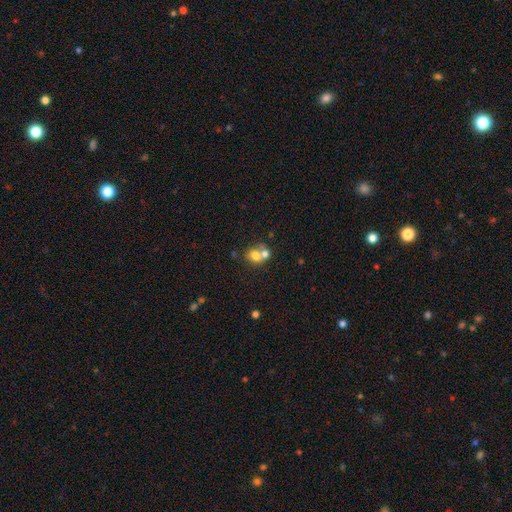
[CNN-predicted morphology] A smooth galaxy with no disk features (69%) that is round (63%).

Vote fractions:
- Smooth or featured? smooth: 69% / featured or disk: 19% / star or artifact: 12%
- How rounded? round: 63% / in between: 36% / cigar-shaped: 1%
- Merging? merger: 55% / none: 33% / minor disturbance: 8% / major disturbance: 4%